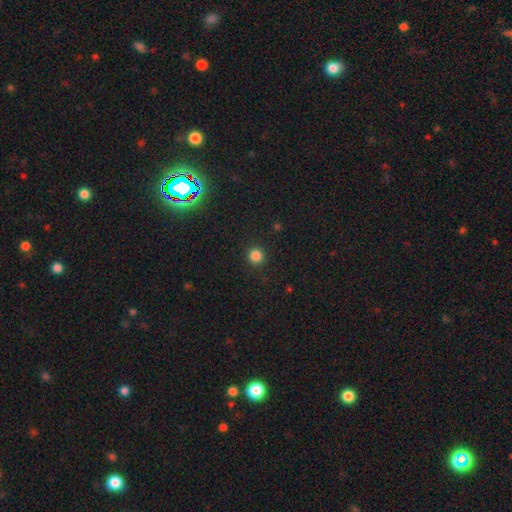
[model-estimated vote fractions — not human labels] This appears to be a smooth galaxy with no disk features (84%) that is round (95%). Merging: none (92%).